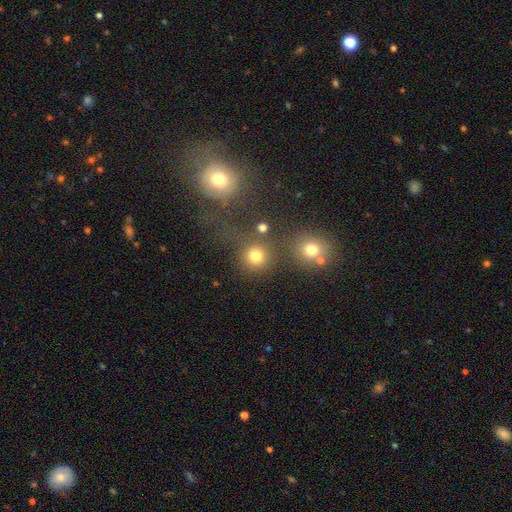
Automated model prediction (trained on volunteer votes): smooth-or-featured: smooth: 77% | star or artifact: 17% | featured or disk: 7%
  how-rounded: round: 91% | in between: 8% | cigar-shaped: 1%
  merging: none: 70% | merger: 15% | minor disturbance: 9% | major disturbance: 6%